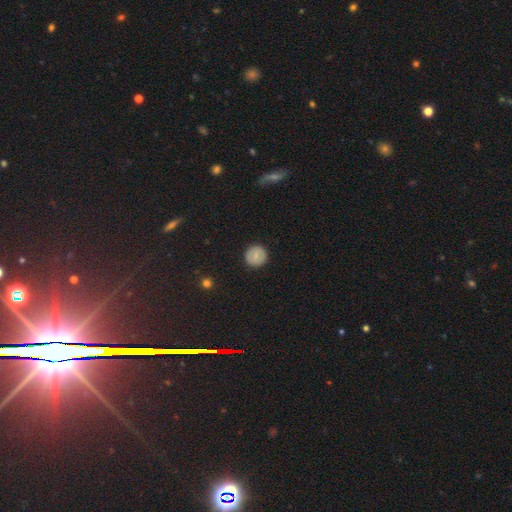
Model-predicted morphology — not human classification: Smooth or featured: smooth — 81% (featured or disk — 11%)
How rounded: round — 95% (in between — 4%)
Merging: none — 91% (minor disturbance — 6%)